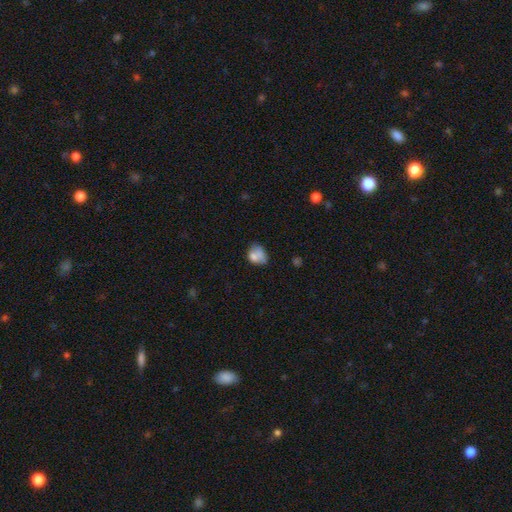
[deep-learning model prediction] The model was most divided on "merging": none: 35%, minor disturbance: 32%, major disturbance: 17%, merger: 16%. More confident: smooth or featured — smooth (74%); how rounded — in between (58%).